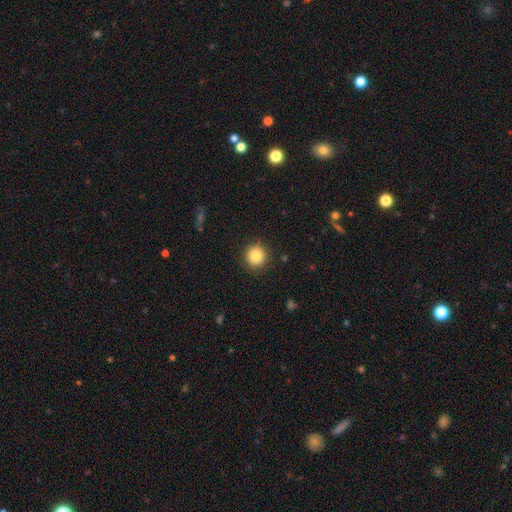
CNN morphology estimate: A smooth galaxy with no disk features (84%) that is round (94%). Merging: none (90%).